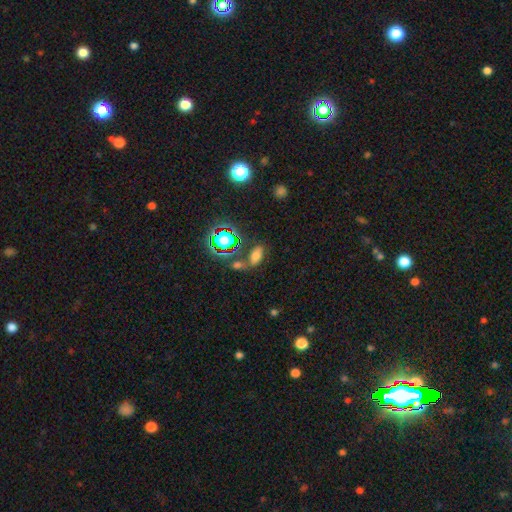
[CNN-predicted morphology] smooth_or_featured: smooth (p=0.62) [alt: star or artifact p=0.26]
how_rounded: in between (p=0.84) [alt: round p=0.09]
merging: none (p=0.59) [alt: merger p=0.20]